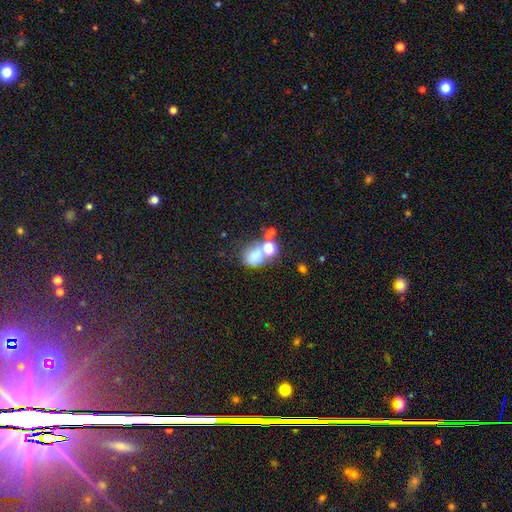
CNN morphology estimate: The model was most divided on "merging": merger: 37%, none: 36%, minor disturbance: 14%, major disturbance: 12%. More confident: smooth or featured — smooth (62%); how rounded — round (52%).